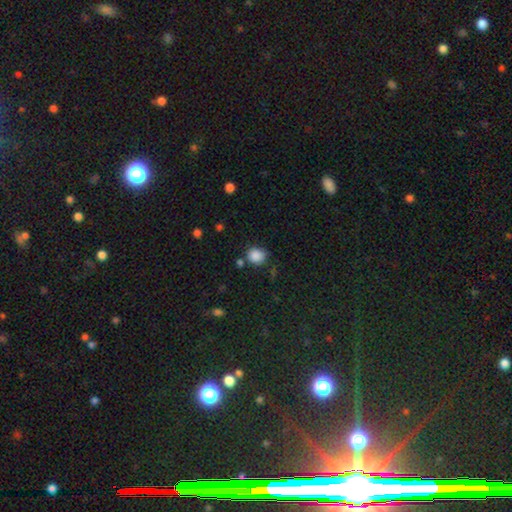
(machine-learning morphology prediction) Q: Smooth or featured?
A: smooth (86%); runner-up: star or artifact (10%)
Q: How rounded?
A: round (75%); runner-up: in between (24%)
Q: Merging?
A: none (73%); runner-up: minor disturbance (16%)